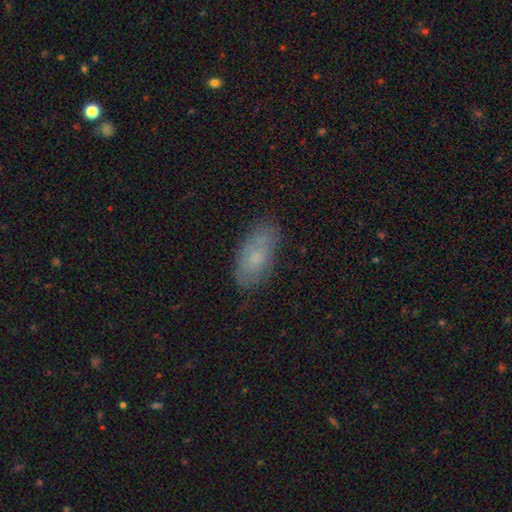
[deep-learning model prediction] This is likely a smooth galaxy (67%). How rounded: clearly in between (88%). Merging: likely none (74%).